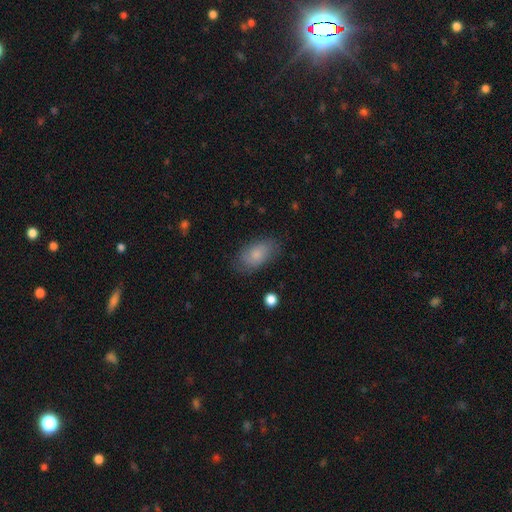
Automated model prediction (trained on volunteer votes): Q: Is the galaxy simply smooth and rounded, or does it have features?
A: smooth — 77%.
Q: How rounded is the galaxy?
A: in between — 92%.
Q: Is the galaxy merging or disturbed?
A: none — 78%.